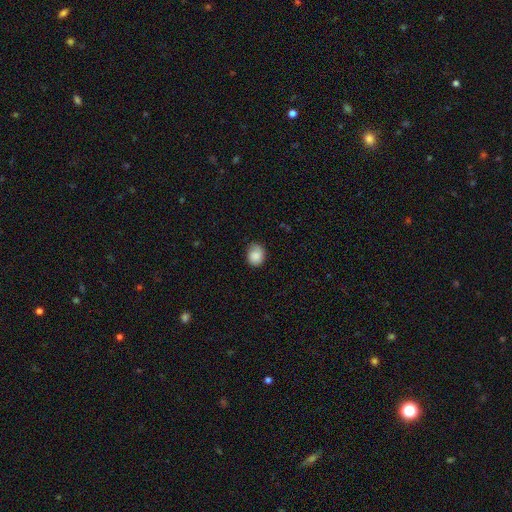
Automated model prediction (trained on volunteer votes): smooth-or-featured: smooth: 87% | star or artifact: 8% | featured or disk: 5%
  how-rounded: round: 62% | in between: 37% | cigar-shaped: 1%
  merging: none: 73% | minor disturbance: 22% | major disturbance: 4% | merger: 1%